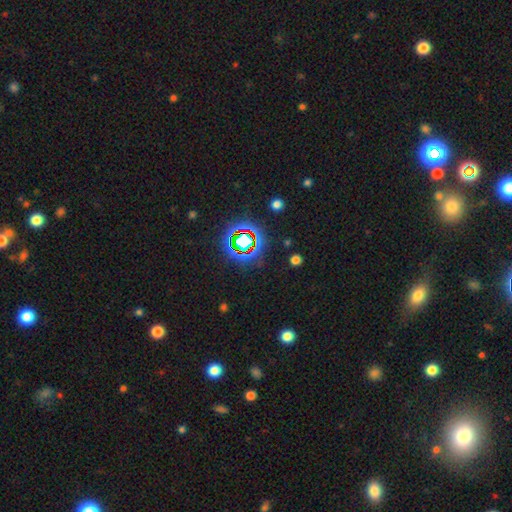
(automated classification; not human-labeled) Morphology: type=star or artifact (72%).